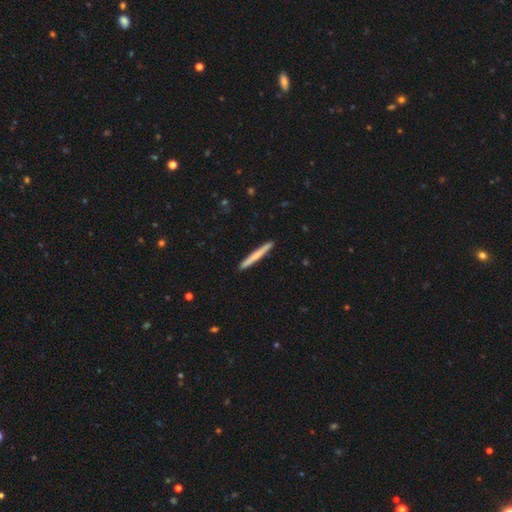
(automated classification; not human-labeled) smooth_or_featured: smooth (p=0.63) [alt: featured or disk p=0.32]
how_rounded: cigar-shaped (p=0.97) [alt: in between p=0.02]
merging: none (p=0.92) [alt: minor disturbance p=0.06]